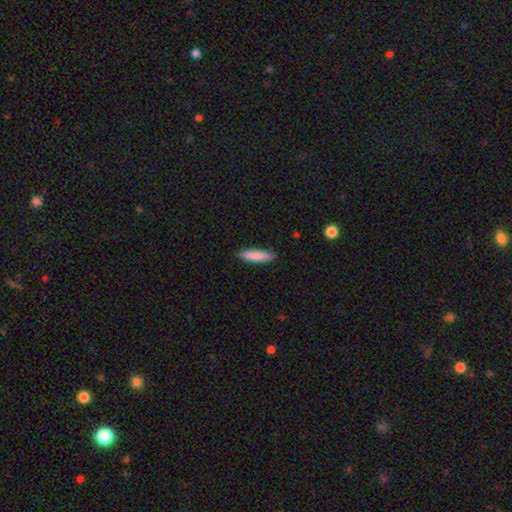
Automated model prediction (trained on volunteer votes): Smooth or featured? Predicted: smooth (p=0.86). How rounded? Predicted: cigar-shaped (p=0.76). Merging? Predicted: none (p=0.89).